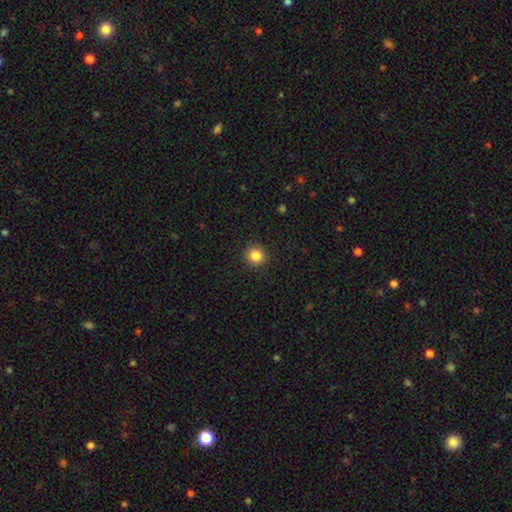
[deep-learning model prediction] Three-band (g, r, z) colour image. It shows a smooth galaxy with no disk features (85%) that is round (93%). Merging: none (92%).